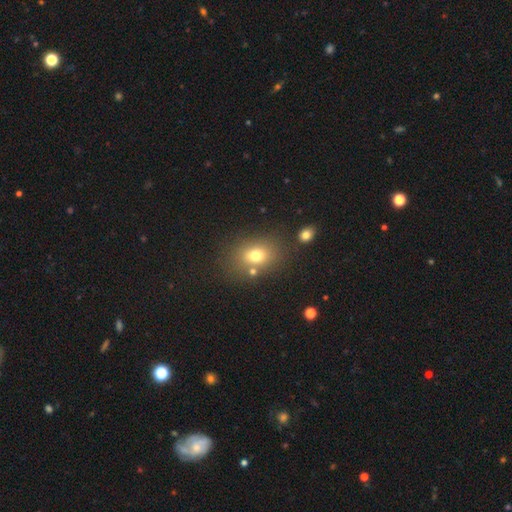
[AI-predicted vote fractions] The model was most divided on "how rounded": in between: 61%, round: 37%, cigar-shaped: 1%. More confident: smooth or featured — smooth (73%); merging — none (70%).